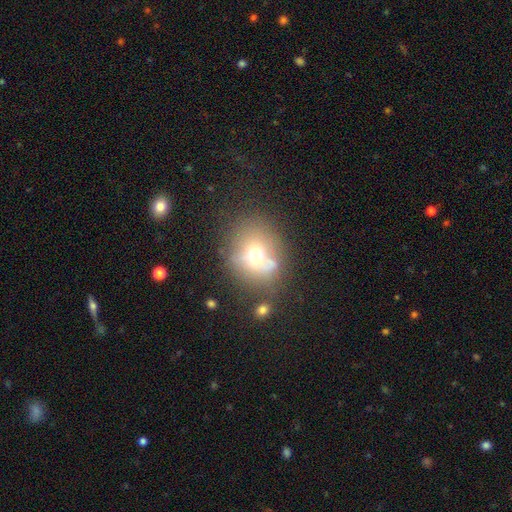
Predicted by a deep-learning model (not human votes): Smooth or featured: smooth — 59% (featured or disk — 25%)
How rounded: round — 70% (in between — 29%)
Merging: none — 58% (minor disturbance — 19%)